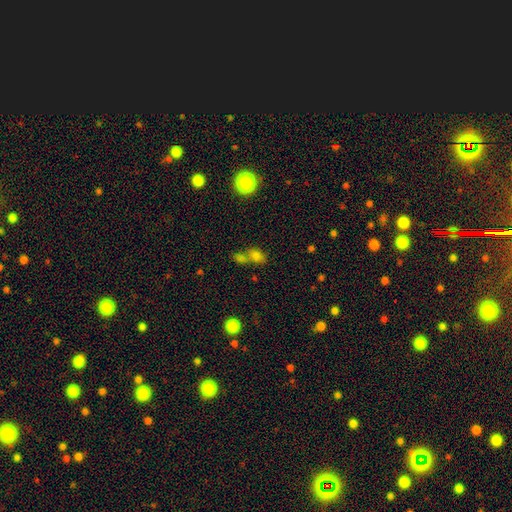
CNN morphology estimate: smooth-or-featured: smooth: 70% | star or artifact: 18% | featured or disk: 11%
  how-rounded: in between: 67% | round: 30% | cigar-shaped: 3%
  merging: merger: 54% | none: 32% | minor disturbance: 8% | major disturbance: 5%